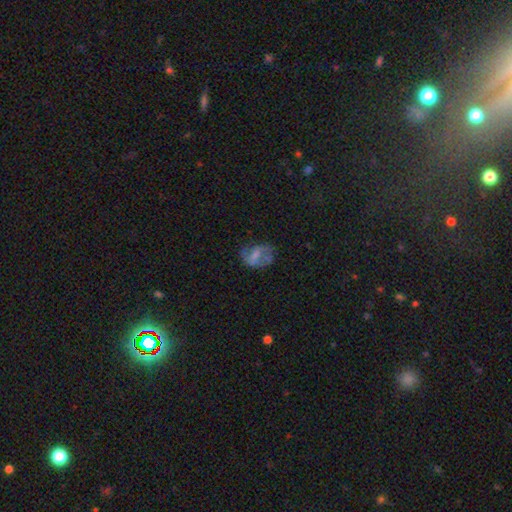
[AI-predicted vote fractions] Smooth or featured: featured or disk — 52% (smooth — 38%)
Edge-on disk: no — 97% (yes — 3%)
Bar: no — 46% (weak — 40%)
Spiral arms: yes — 52% (no — 48%)
Bulge size: small — 36% (moderate — 31%)
Merging: none — 48% (minor disturbance — 25%)